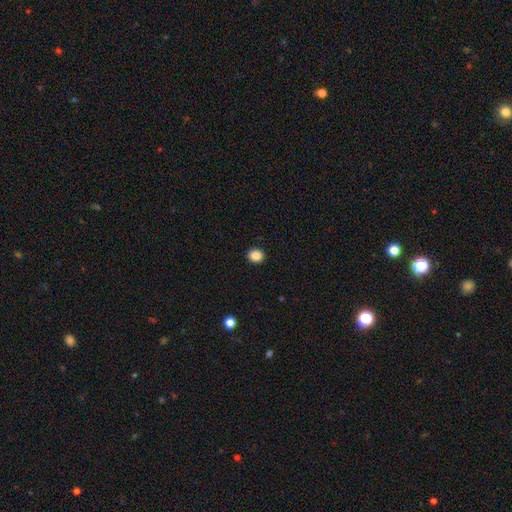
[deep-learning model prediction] smooth-or-featured: smooth: 87% | star or artifact: 10% | featured or disk: 3%
  how-rounded: round: 72% | in between: 27% | cigar-shaped: 1%
  merging: none: 92% | minor disturbance: 6% | major disturbance: 2% | merger: 1%